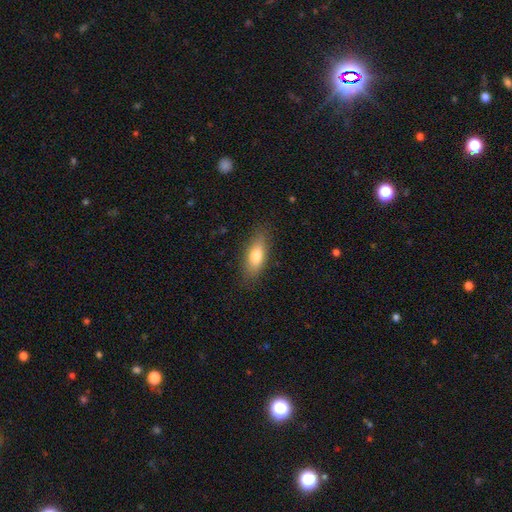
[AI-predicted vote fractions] smooth 75%, featured or disk 18%, star or artifact 7%. Down the decision tree: how rounded — in between (70%); merging — none (84%).